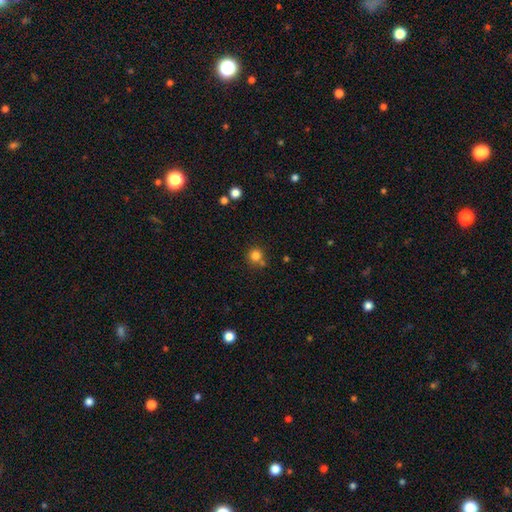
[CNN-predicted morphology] Smooth or featured? smooth (81%)
How rounded? round (91%)
Merging? none (70%)